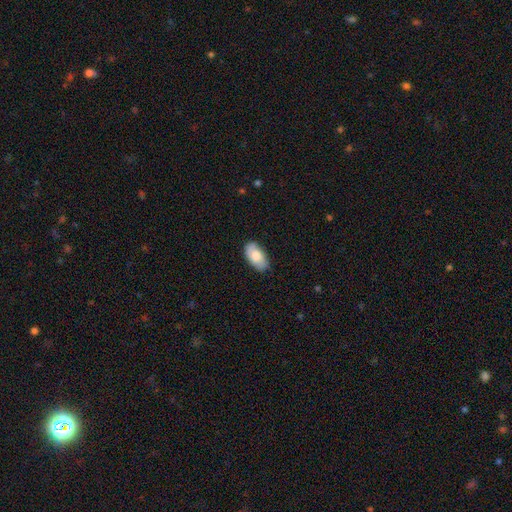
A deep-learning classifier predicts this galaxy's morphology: Smooth or featured? smooth (75%)
How rounded? in between (95%)
Merging? none (78%)